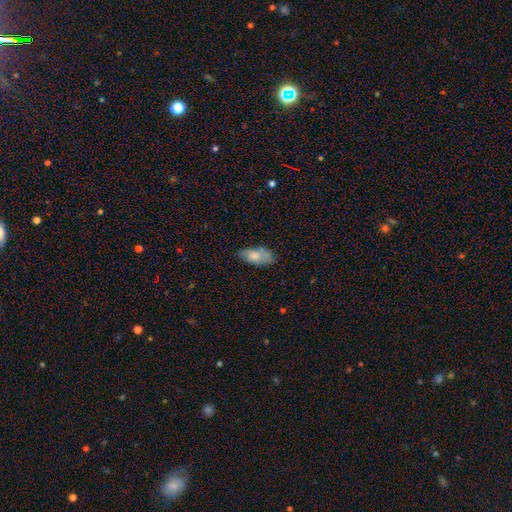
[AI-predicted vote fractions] A smooth galaxy with no disk features (76%) that is in between round and cigar-shaped (90%). Merging: none (68%).